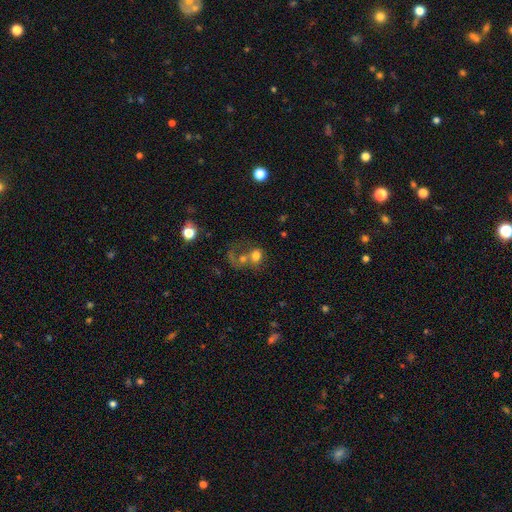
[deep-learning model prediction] Smooth or featured? Predicted: smooth (p=0.64). How rounded? Predicted: round (p=0.55). Merging? Predicted: merger (p=0.61).